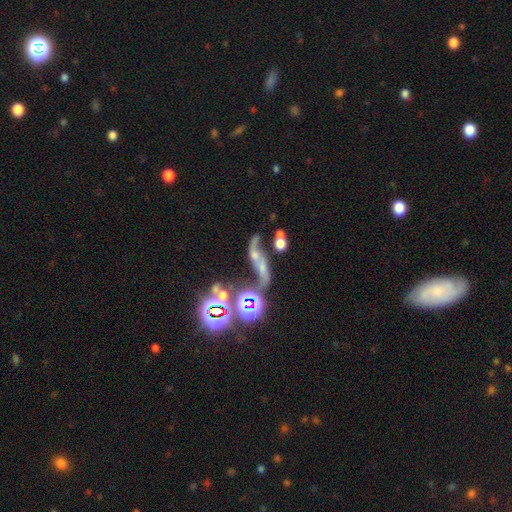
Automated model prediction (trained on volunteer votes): Morphology: type=featured or disk (59%); edge-on=no (88%); bar=no (60%); spiral arms=yes (73%); bulge=small (39%); merging=merger (34%).